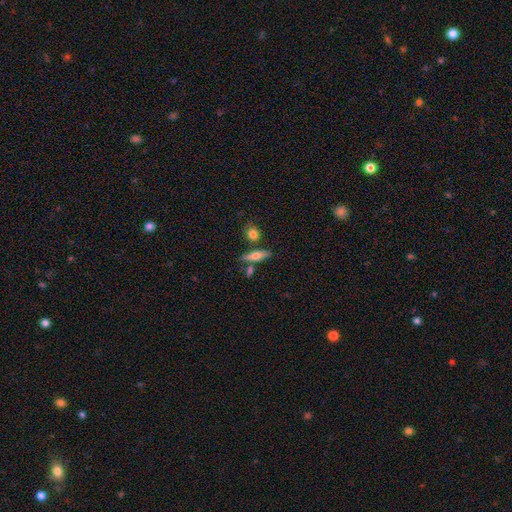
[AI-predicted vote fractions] smooth_or_featured: smooth (p=0.61) [alt: featured or disk p=0.32]
how_rounded: cigar-shaped (p=0.63) [alt: in between p=0.33]
merging: none (p=0.69) [alt: merger p=0.14]